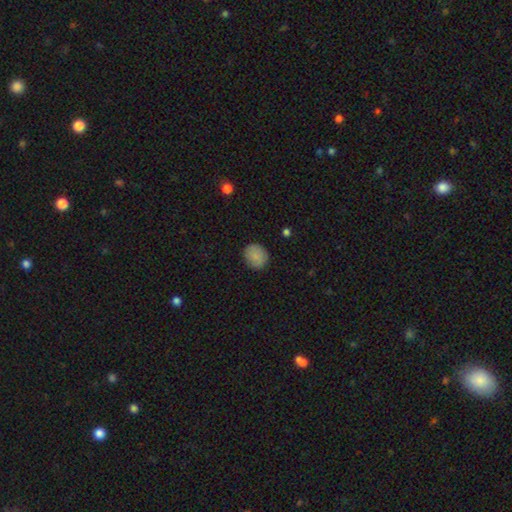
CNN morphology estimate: Smooth or featured?
  - smooth: 86% *
  - star or artifact: 8%
  - featured or disk: 6%
How rounded?
  - round: 73% *
  - in between: 26%
  - cigar-shaped: 1%
Merging?
  - none: 85% *
  - minor disturbance: 11%
  - major disturbance: 3%
  - merger: 1%